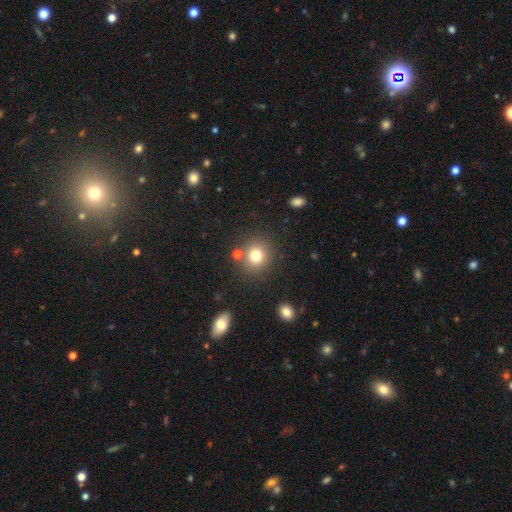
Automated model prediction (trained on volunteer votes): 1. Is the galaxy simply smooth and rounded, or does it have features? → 78% smooth, 13% star or artifact, 9% featured or disk.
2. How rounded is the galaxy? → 87% round, 12% in between, 1% cigar-shaped.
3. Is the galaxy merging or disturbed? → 81% none, 8% minor disturbance, 8% merger, 3% major disturbance.